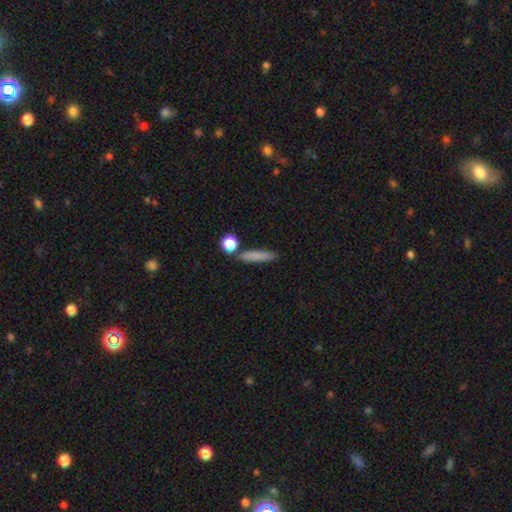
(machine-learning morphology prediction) Smooth or featured? smooth (81%)
How rounded? cigar-shaped (77%)
Merging? none (80%)